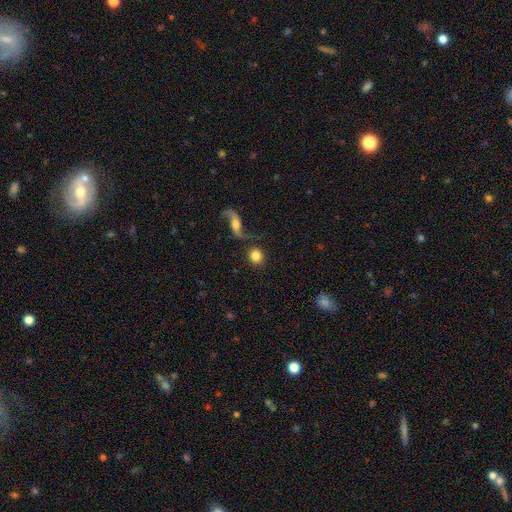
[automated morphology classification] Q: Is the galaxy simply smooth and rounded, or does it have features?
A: smooth — 78%.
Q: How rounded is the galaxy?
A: round — 90%.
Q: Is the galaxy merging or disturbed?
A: none — 76%.